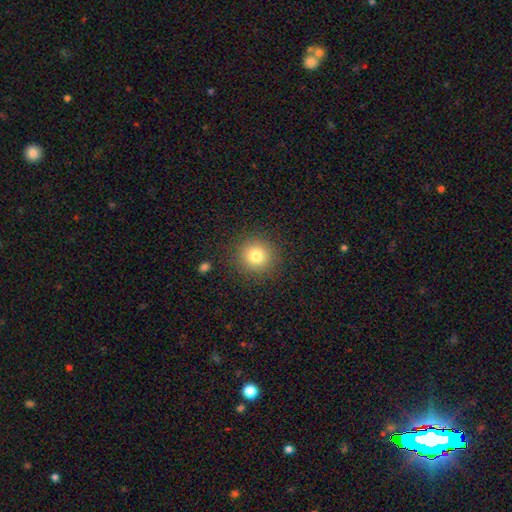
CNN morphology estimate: The model was most divided on "smooth or featured": smooth: 79%, star or artifact: 13%, featured or disk: 8%. More confident: how rounded — round (93%); merging — none (89%).